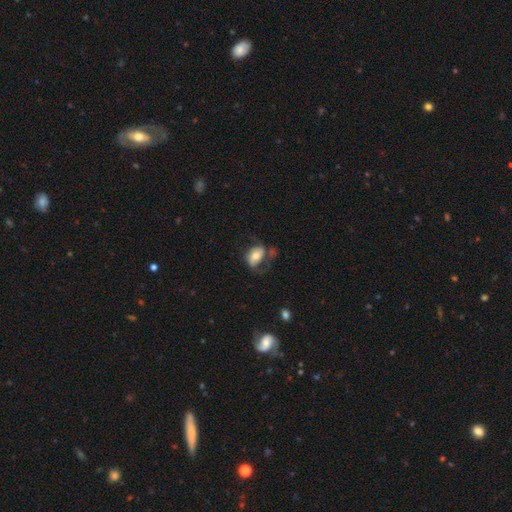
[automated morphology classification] Smooth or featured?
  - smooth: 51% *
  - featured or disk: 41%
  - star or artifact: 7%
How rounded?
  - in between: 83% *
  - round: 15%
  - cigar-shaped: 2%
Merging?
  - none: 38% *
  - major disturbance: 31%
  - minor disturbance: 25%
  - merger: 6%